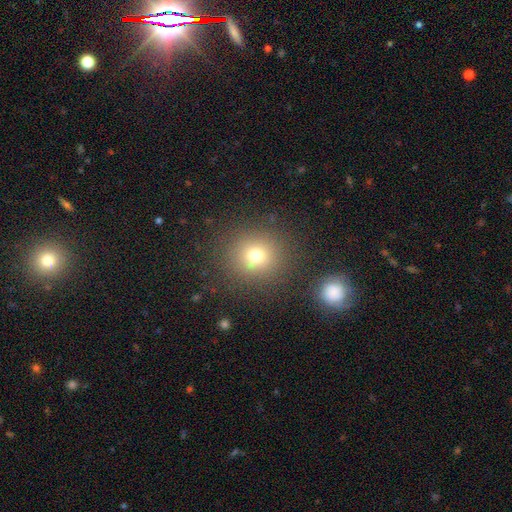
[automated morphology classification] A smooth galaxy with no disk features (73%) that is round (89%). Merging: none (85%).